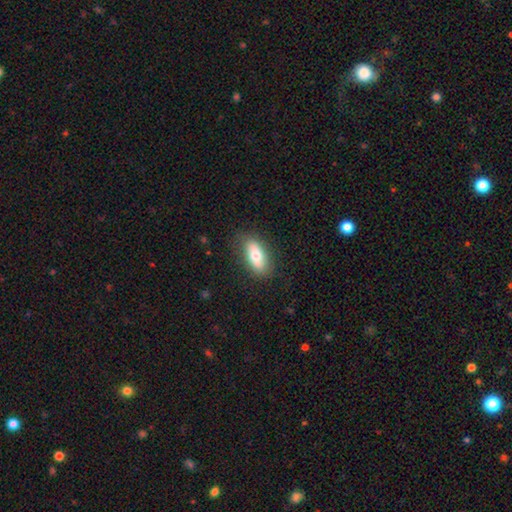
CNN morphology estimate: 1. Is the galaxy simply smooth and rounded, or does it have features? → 67% smooth, 27% featured or disk, 6% star or artifact.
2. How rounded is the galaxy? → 82% in between, 14% cigar-shaped, 4% round.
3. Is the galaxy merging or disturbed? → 82% none, 14% minor disturbance, 3% major disturbance, 1% merger.